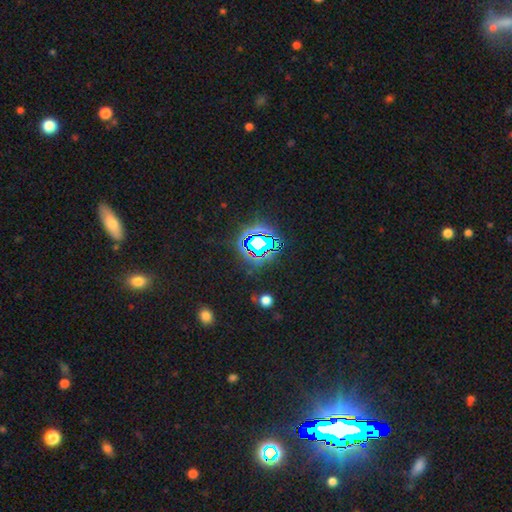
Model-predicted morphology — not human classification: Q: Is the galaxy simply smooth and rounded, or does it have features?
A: star or artifact — 80%.